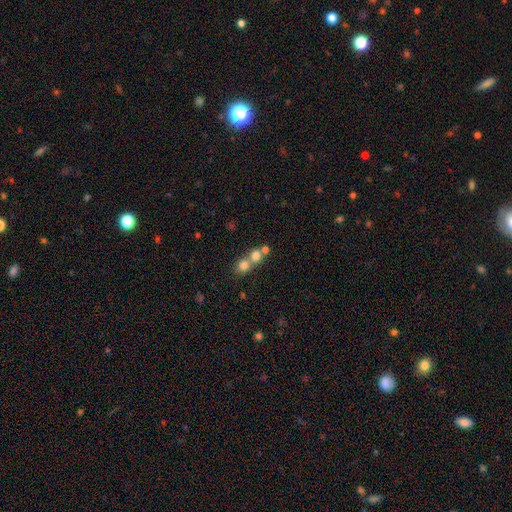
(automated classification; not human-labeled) The model was most divided on "merging": merger: 61%, none: 32%, minor disturbance: 4%, major disturbance: 2%. More confident: how rounded — round (81%); smooth or featured — smooth (73%).